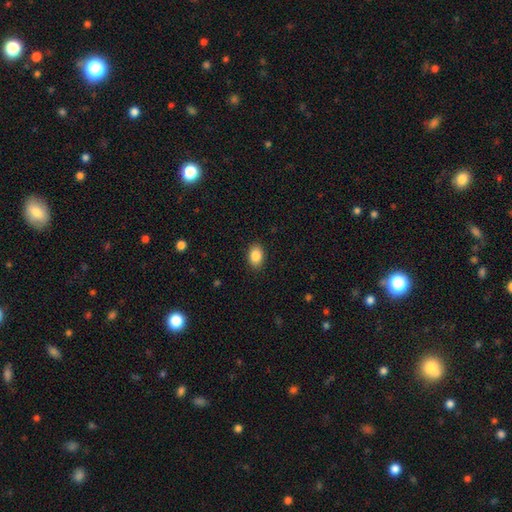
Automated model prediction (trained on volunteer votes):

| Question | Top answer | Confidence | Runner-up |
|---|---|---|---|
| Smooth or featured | smooth | 87% | star or artifact (8%) |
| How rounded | in between | 81% | round (18%) |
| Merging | none | 89% | minor disturbance (8%) |